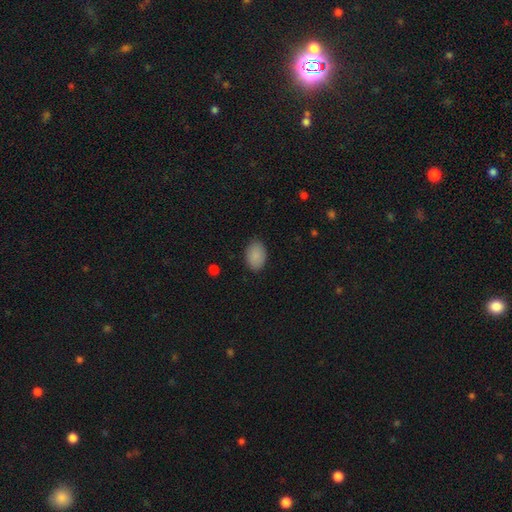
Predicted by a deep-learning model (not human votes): This is clearly a smooth galaxy (89%). How rounded: clearly in between (86%). Merging: clearly none (86%).